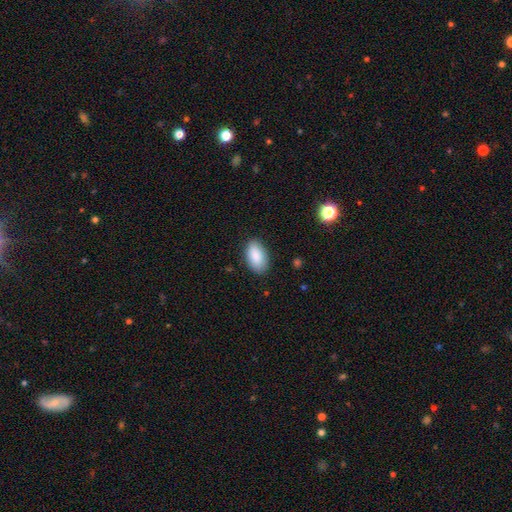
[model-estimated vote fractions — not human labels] This appears to be a smooth galaxy with no disk features (88%) that is in between round and cigar-shaped (95%). Merging: none (85%).